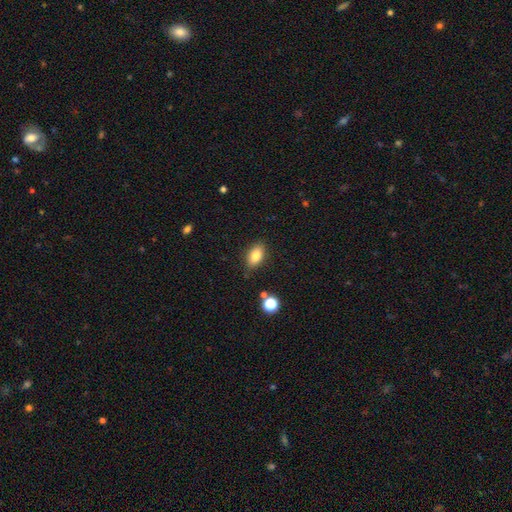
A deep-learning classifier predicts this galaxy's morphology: The model was most divided on "smooth or featured": smooth: 82%, star or artifact: 9%, featured or disk: 9%. More confident: how rounded — in between (89%); merging — none (84%).